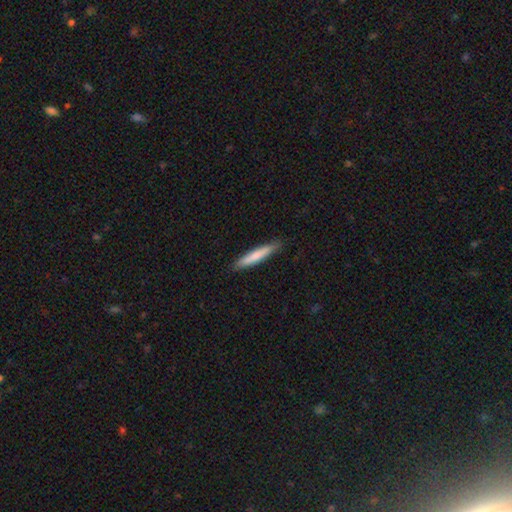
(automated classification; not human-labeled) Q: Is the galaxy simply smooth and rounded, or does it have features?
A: smooth — 77%.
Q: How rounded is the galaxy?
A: cigar-shaped — 93%.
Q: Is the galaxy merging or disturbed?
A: none — 88%.